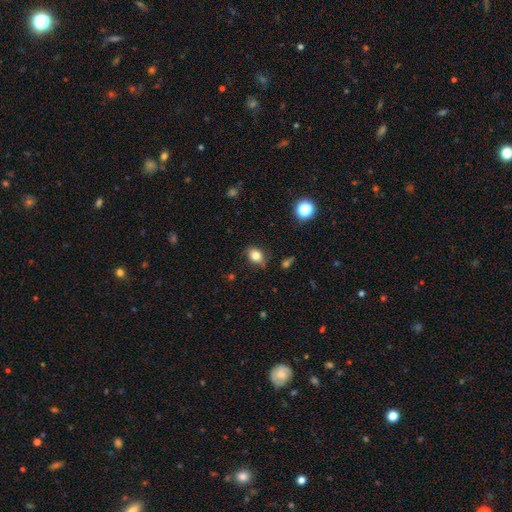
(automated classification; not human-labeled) Smooth or featured?
  - smooth: 81% *
  - star or artifact: 11%
  - featured or disk: 8%
How rounded?
  - in between: 66% *
  - round: 33%
  - cigar-shaped: 1%
Merging?
  - none: 80% *
  - minor disturbance: 15%
  - major disturbance: 3%
  - merger: 2%